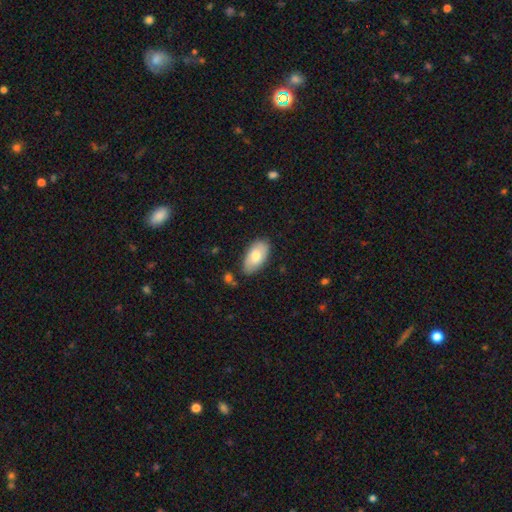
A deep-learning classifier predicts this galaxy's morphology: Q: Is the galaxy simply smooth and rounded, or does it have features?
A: smooth — 74%.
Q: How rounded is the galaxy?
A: in between — 95%.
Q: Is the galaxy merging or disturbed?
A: none — 78%.